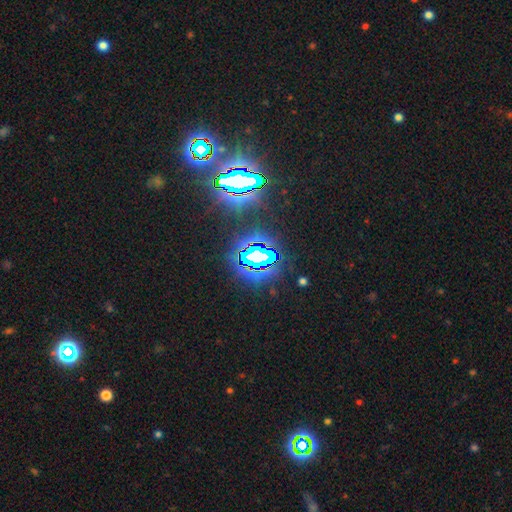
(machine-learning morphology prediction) Smooth or featured?
  - star or artifact: 82% *
  - featured or disk: 9%
  - smooth: 9%